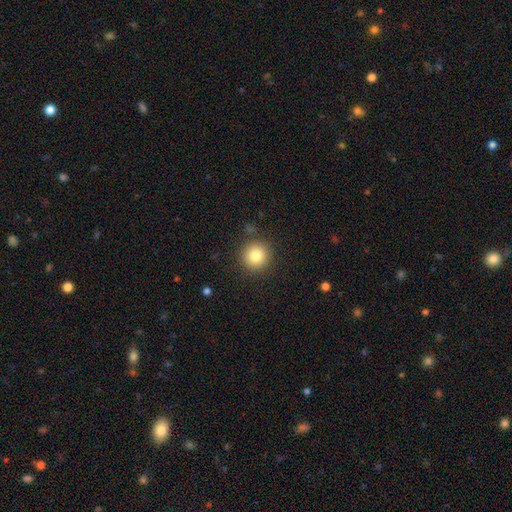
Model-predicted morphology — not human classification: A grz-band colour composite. It shows a smooth galaxy with no disk features (83%) that is round (94%). Merging: none (89%).